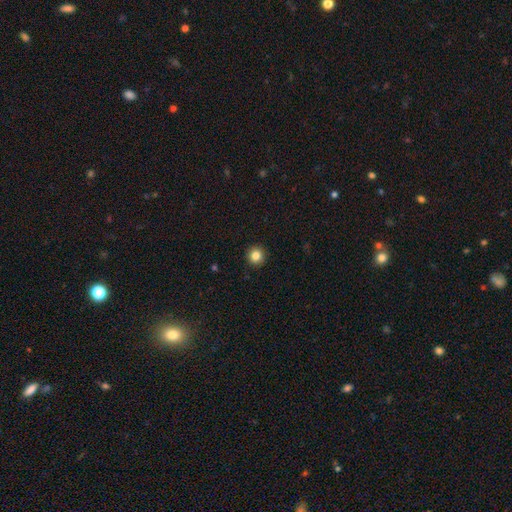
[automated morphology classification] Smooth or featured? smooth (84%)
How rounded? round (95%)
Merging? none (93%)